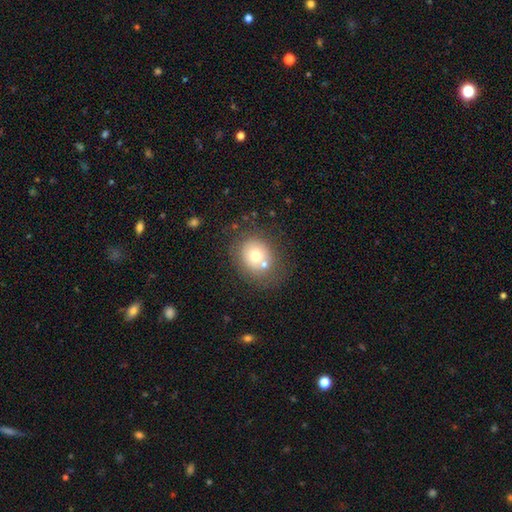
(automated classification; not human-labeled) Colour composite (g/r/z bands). It shows a smooth galaxy with no disk features (66%) that is round (69%). Merging: none (56%).